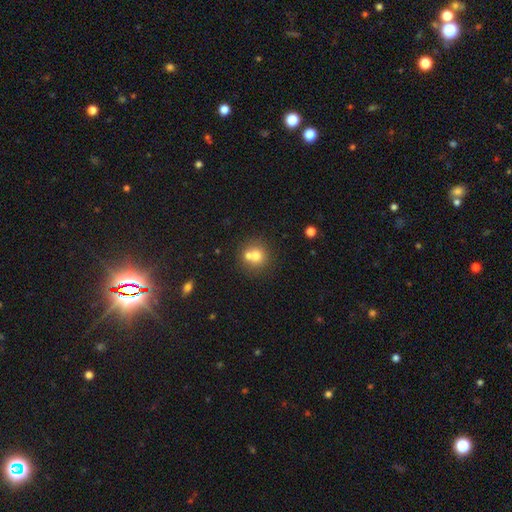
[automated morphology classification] Smooth or featured? Predicted: smooth (p=0.70). How rounded? Predicted: round (p=0.88). Merging? Predicted: none (p=0.49).